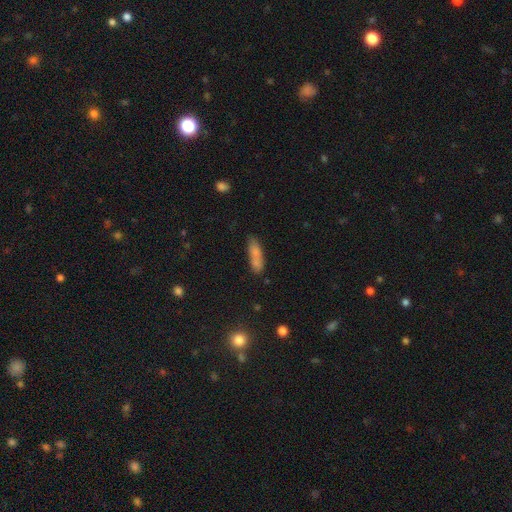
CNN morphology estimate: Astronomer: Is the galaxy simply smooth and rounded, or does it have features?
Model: smooth — 77%.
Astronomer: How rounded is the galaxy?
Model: cigar-shaped — 57% (runner-up: in between, 41%).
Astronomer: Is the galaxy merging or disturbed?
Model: none — 61%.